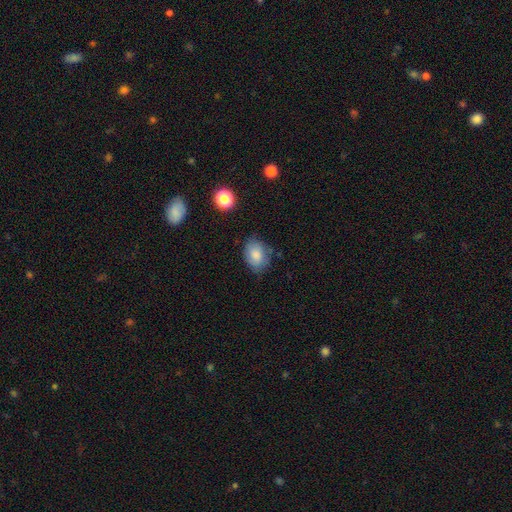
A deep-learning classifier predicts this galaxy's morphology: Overall: smooth (82%). How rounded: in between (74%). Merging: none (72%).